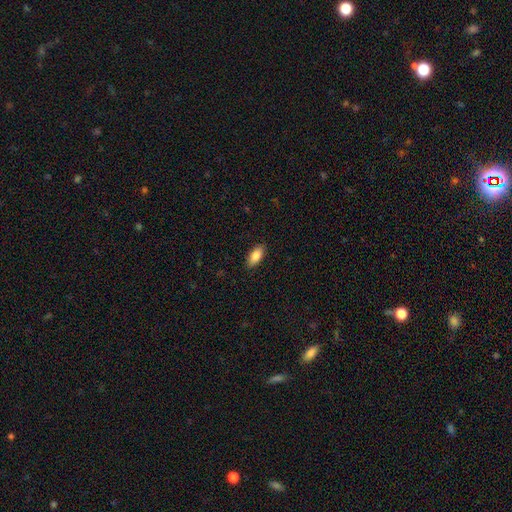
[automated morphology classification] type=smooth (87%); roundness=in between (87%); merging=none (89%).